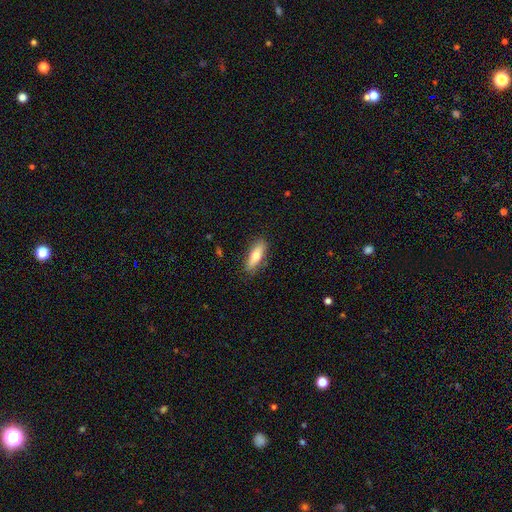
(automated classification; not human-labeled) Smooth or featured? smooth (69%)
How rounded? in between (54%)
Merging? none (83%)